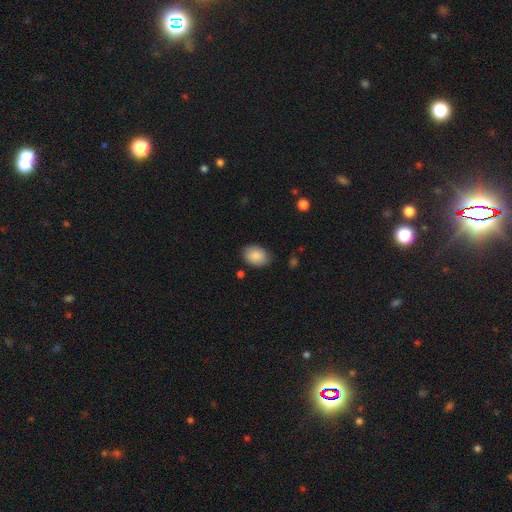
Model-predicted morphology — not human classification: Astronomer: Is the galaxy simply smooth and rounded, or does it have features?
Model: smooth — 88%.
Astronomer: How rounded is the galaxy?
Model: in between — 80%.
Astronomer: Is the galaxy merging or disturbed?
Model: none — 82%.